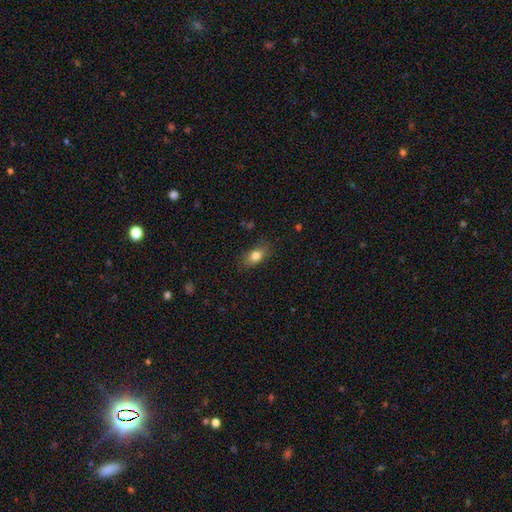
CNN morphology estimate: Overall: smooth (81%). How rounded: in between (80%). Merging: none (80%).